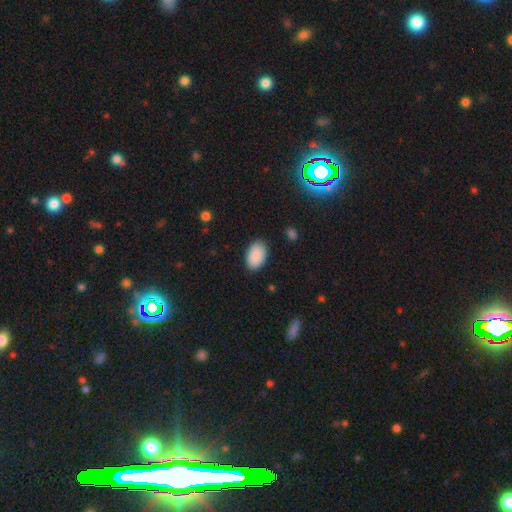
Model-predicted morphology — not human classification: The model was most divided on "merging": none: 86%, minor disturbance: 11%, major disturbance: 2%, merger: 1%. More confident: how rounded — in between (92%); smooth or featured — smooth (91%).